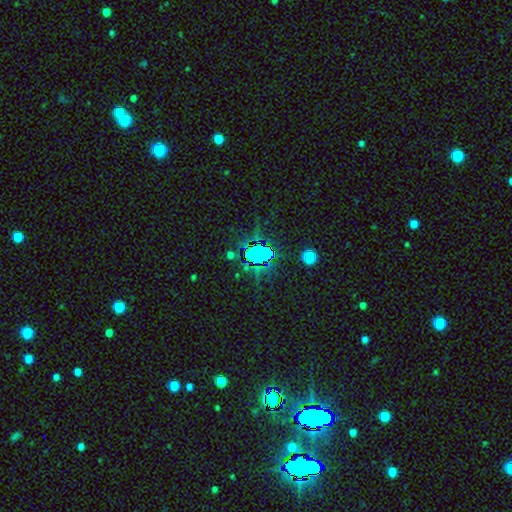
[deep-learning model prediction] This appears to be a star or artifact, not a galaxy (66%).